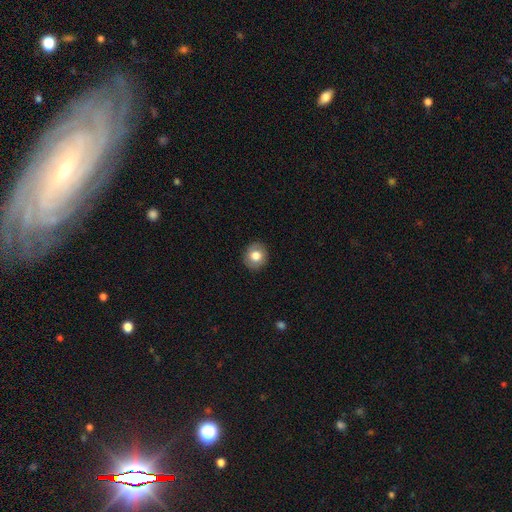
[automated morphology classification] The model was most divided on "how rounded": round: 82%, in between: 17%, cigar-shaped: 1%. More confident: merging — none (89%); smooth or featured — smooth (79%).